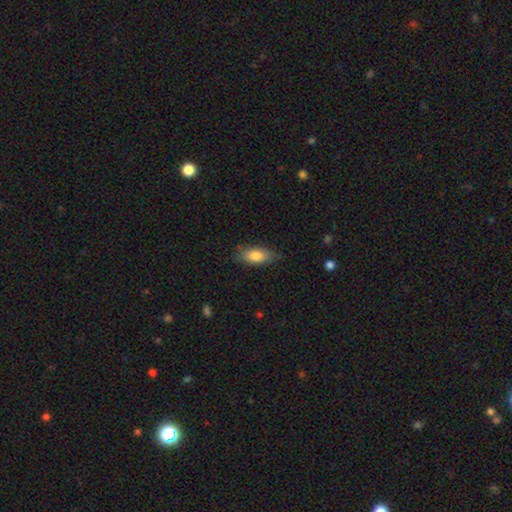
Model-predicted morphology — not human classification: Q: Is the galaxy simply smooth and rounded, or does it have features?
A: smooth — 81%.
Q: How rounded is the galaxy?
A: in between — 84%.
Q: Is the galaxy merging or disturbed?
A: none — 77%.